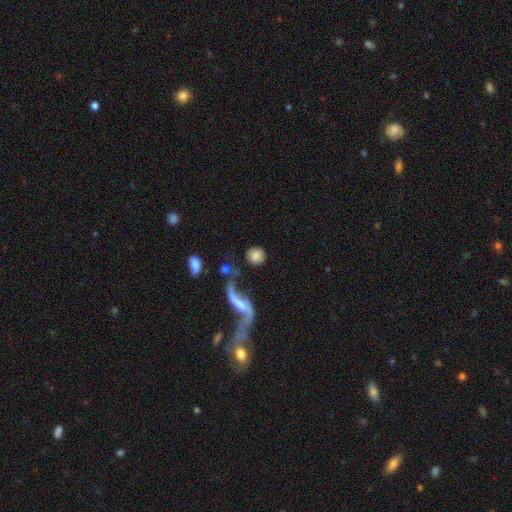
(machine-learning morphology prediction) Smooth or featured?
  - smooth: 70% *
  - featured or disk: 22%
  - star or artifact: 8%
How rounded?
  - round: 84% *
  - in between: 13%
  - cigar-shaped: 3%
Merging?
  - none: 64% *
  - merger: 14%
  - minor disturbance: 12%
  - major disturbance: 10%